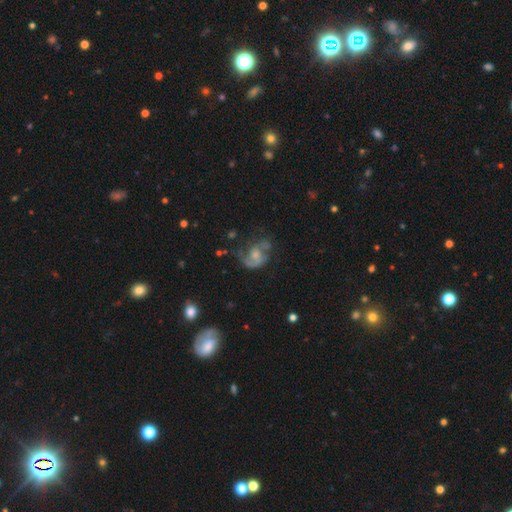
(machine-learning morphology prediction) smooth_or_featured: featured or disk (p=0.68) [alt: smooth p=0.23]
disk_edge_on: no (p=0.98) [alt: yes p=0.02]
bar: no (p=0.63) [alt: weak p=0.32]
has_spiral_arms: yes (p=0.81) [alt: no p=0.19]
spiral_winding: medium (p=0.45) [alt: loose p=0.38]
spiral_arm_count: 2 (p=0.58) [alt: 1 p=0.26]
bulge_size: moderate (p=0.40) [alt: small p=0.26]
merging: none (p=0.39) [alt: major disturbance p=0.33]